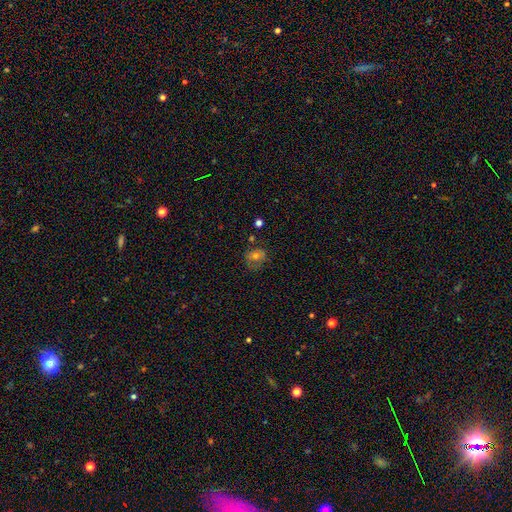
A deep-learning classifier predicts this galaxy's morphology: Q: Smooth or featured?
A: smooth (56%); runner-up: featured or disk (28%)
Q: How rounded?
A: round (72%); runner-up: in between (27%)
Q: Merging?
A: none (64%); runner-up: minor disturbance (23%)